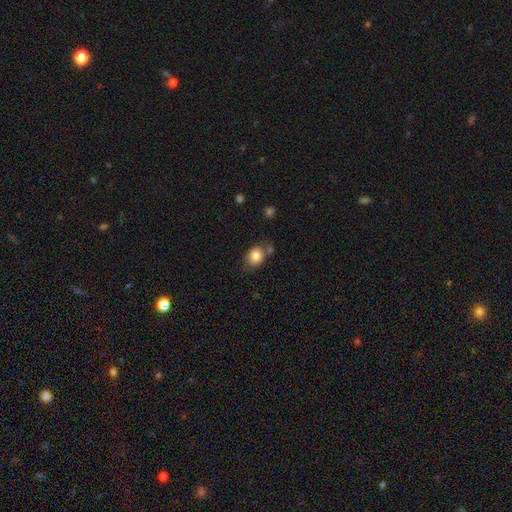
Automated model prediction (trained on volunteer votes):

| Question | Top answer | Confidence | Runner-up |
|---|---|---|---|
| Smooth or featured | smooth | 83% | star or artifact (8%) |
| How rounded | in between | 54% | round (45%) |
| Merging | none | 62% | minor disturbance (19%) |